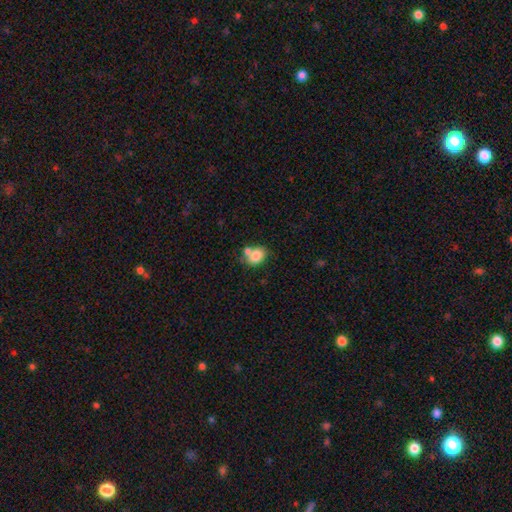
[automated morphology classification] Smooth or featured: smooth — 80% (featured or disk — 12%)
How rounded: in between — 62% (round — 37%)
Merging: none — 45% (merger — 35%)